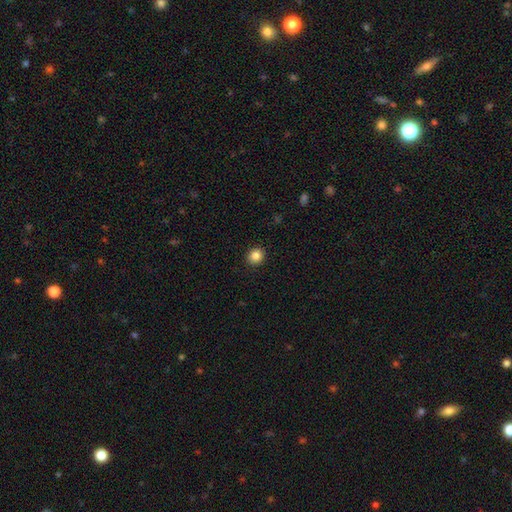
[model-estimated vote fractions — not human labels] Morphology: type=smooth (85%); roundness=round (80%); merging=none (92%).